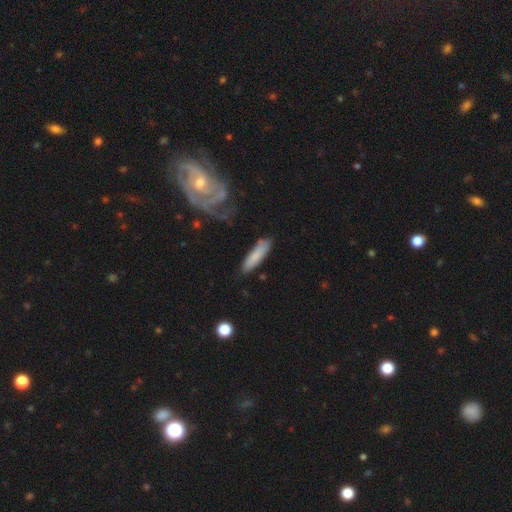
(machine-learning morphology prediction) Smooth or featured?
  - smooth: 76% *
  - featured or disk: 18%
  - star or artifact: 6%
How rounded?
  - cigar-shaped: 75% *
  - in between: 23%
  - round: 2%
Merging?
  - none: 78% *
  - minor disturbance: 14%
  - major disturbance: 4%
  - merger: 3%